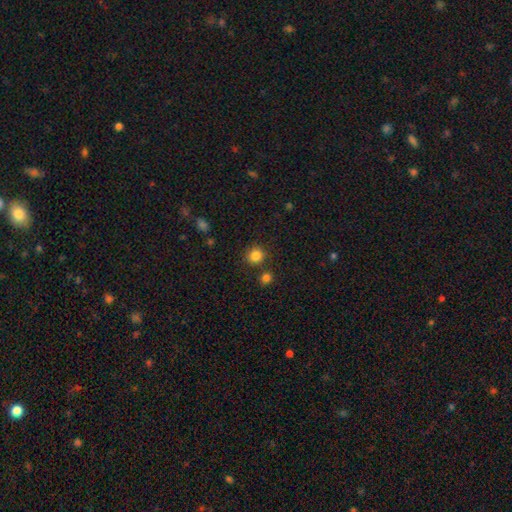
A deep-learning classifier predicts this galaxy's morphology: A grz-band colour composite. It shows a smooth galaxy with no disk features (84%) that is round (91%). Merging: none (82%).